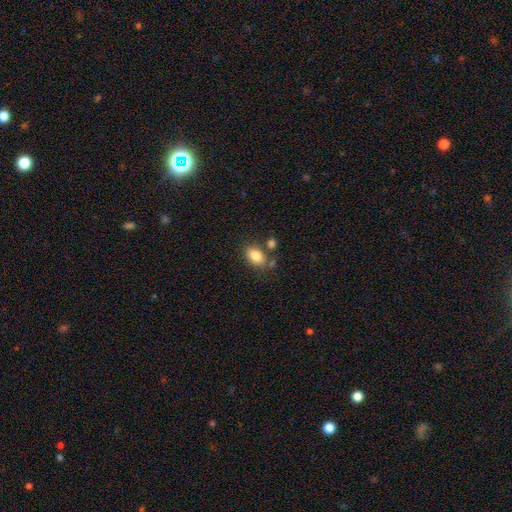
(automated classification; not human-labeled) The model was most divided on "merging": none: 68%, minor disturbance: 15%, merger: 13%, major disturbance: 4%. More confident: how rounded — in between (85%); smooth or featured — smooth (84%).